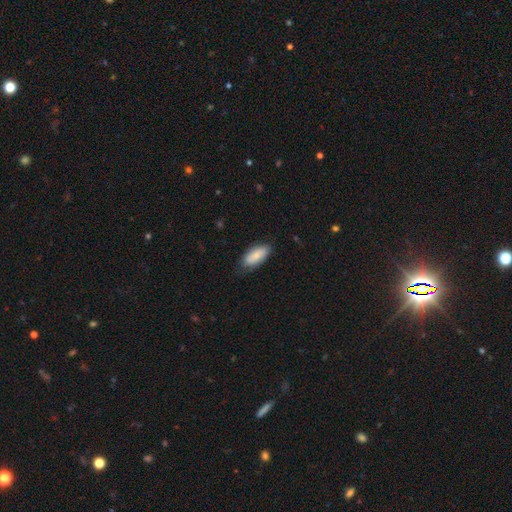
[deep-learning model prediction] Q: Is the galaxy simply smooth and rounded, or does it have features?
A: smooth — 81%.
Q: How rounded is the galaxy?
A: in between — 86%.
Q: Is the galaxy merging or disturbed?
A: none — 73%.